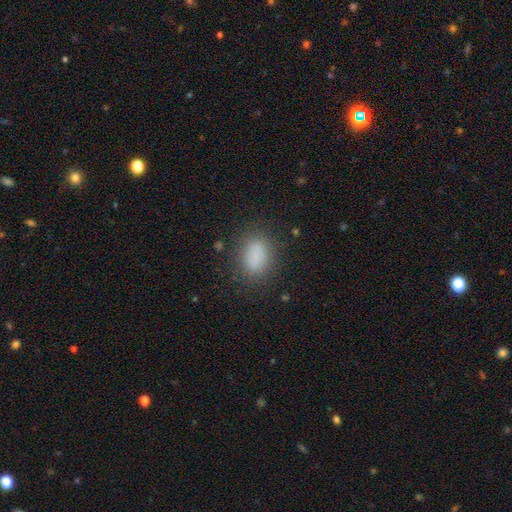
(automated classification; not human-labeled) A smooth galaxy with no disk features (83%) that is in between round and cigar-shaped (78%).

Vote fractions:
- Smooth or featured? smooth: 83% / star or artifact: 10% / featured or disk: 7%
- How rounded? in between: 78% / round: 20% / cigar-shaped: 2%
- Merging? none: 79% / minor disturbance: 13% / major disturbance: 6% / merger: 2%